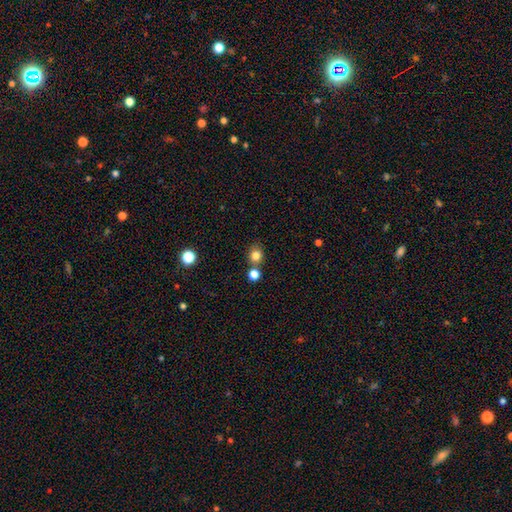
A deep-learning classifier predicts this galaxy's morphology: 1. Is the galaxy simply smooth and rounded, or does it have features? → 81% smooth, 14% star or artifact, 6% featured or disk.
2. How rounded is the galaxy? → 80% round, 19% in between, 1% cigar-shaped.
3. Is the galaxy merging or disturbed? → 71% none, 17% merger, 9% minor disturbance, 3% major disturbance.